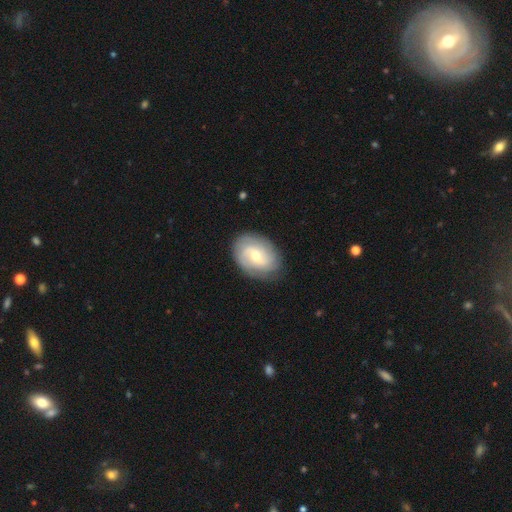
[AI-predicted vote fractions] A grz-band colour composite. It shows a featured or disk galaxy (68%) with no bar (46%), 2 (45%) tight (47%) spiral arms (89%) and a moderate central bulge (60%). Merging: none (82%).